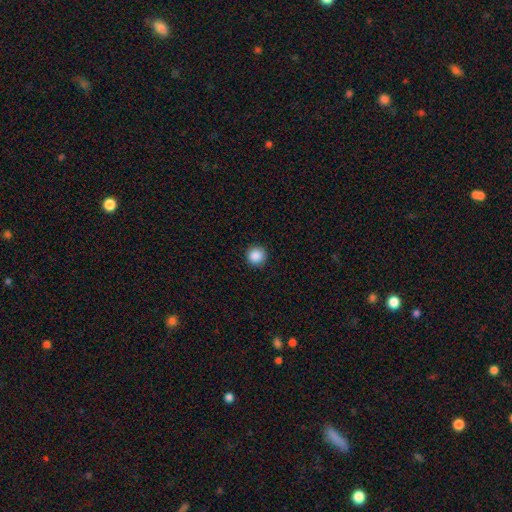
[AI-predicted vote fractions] Smooth or featured?
  - smooth: 88% *
  - star or artifact: 9%
  - featured or disk: 3%
How rounded?
  - round: 95% *
  - in between: 4%
  - cigar-shaped: 1%
Merging?
  - none: 92% *
  - minor disturbance: 5%
  - major disturbance: 2%
  - merger: 1%